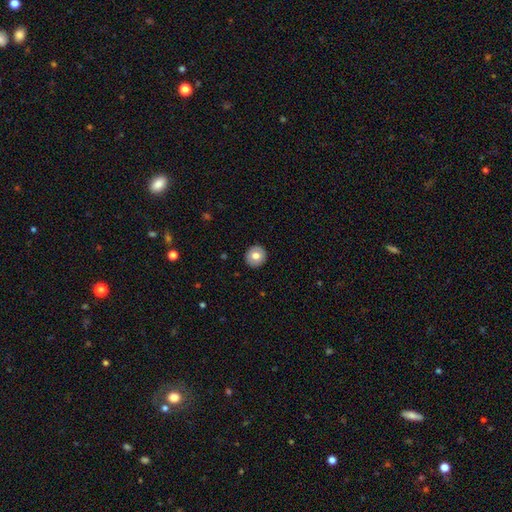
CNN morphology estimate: The model was most divided on "smooth or featured": smooth: 74%, featured or disk: 18%, star or artifact: 7%. More confident: merging — none (92%); how rounded — round (91%).